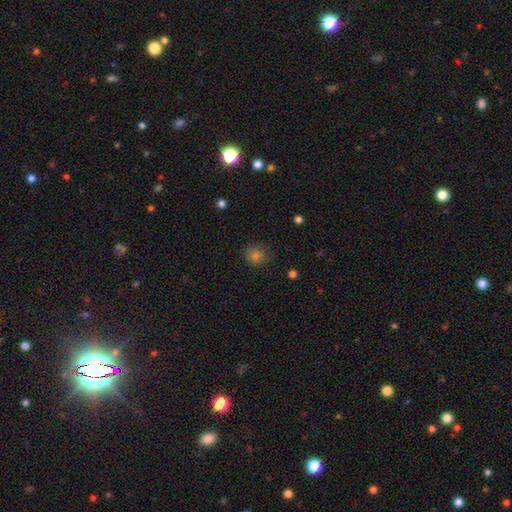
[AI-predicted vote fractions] smooth 77%, star or artifact 16%, featured or disk 7%. Down the decision tree: how rounded — round (90%); merging — none (84%).